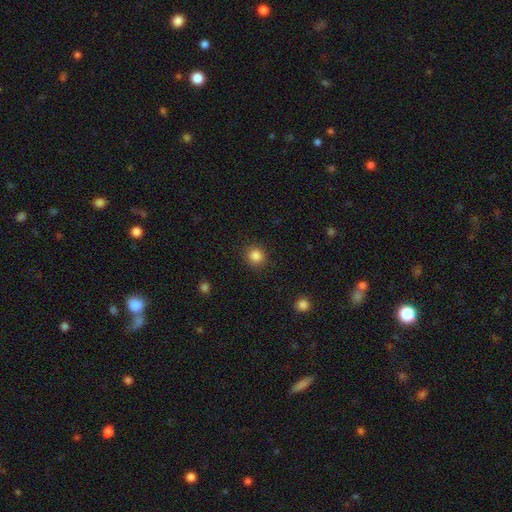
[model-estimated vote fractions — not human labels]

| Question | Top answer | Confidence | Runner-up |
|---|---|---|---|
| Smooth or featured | smooth | 85% | star or artifact (11%) |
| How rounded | round | 90% | in between (9%) |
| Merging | none | 90% | minor disturbance (7%) |